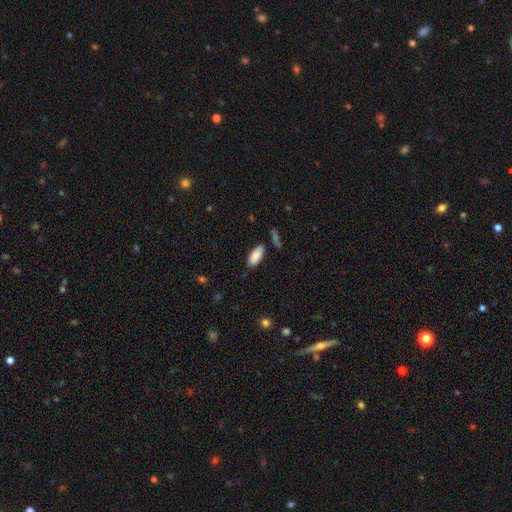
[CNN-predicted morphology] This appears to be a smooth galaxy with no disk features (87%) that is in between round and cigar-shaped (87%). Merging: none (74%).